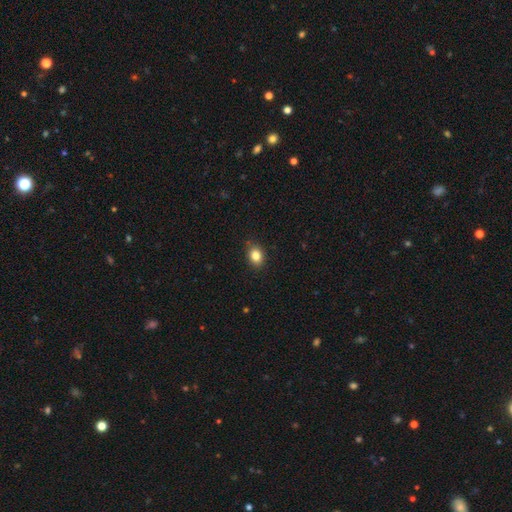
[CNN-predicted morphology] Smooth or featured?
  - smooth: 84% *
  - star or artifact: 10%
  - featured or disk: 6%
How rounded?
  - in between: 60% *
  - round: 39%
  - cigar-shaped: 1%
Merging?
  - none: 88% *
  - minor disturbance: 9%
  - major disturbance: 2%
  - merger: 1%